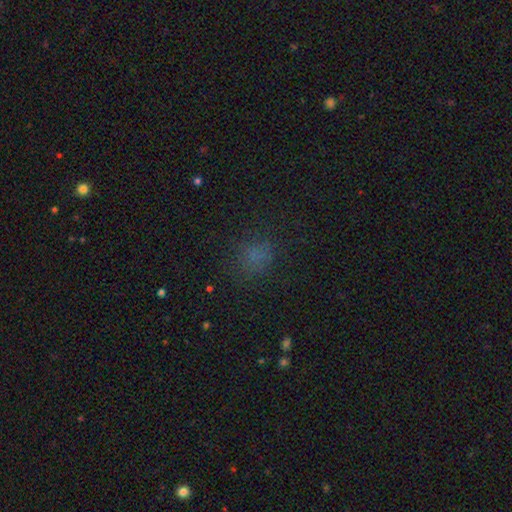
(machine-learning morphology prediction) Smooth or featured? Predicted: smooth (p=0.67). How rounded? Predicted: round (p=0.68). Merging? Predicted: none (p=0.76).